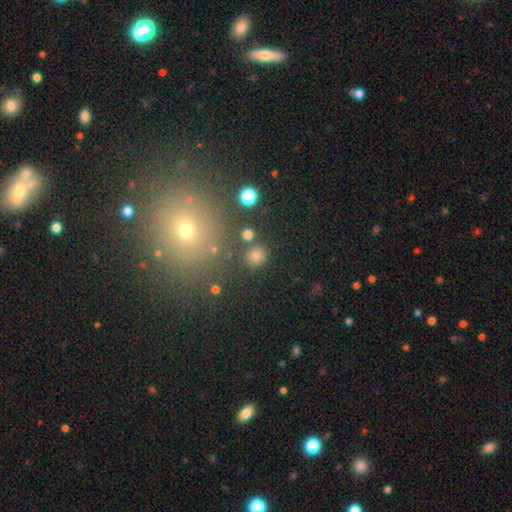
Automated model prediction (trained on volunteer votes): Overall: smooth (75%). How rounded: round (90%). Merging: none (84%).